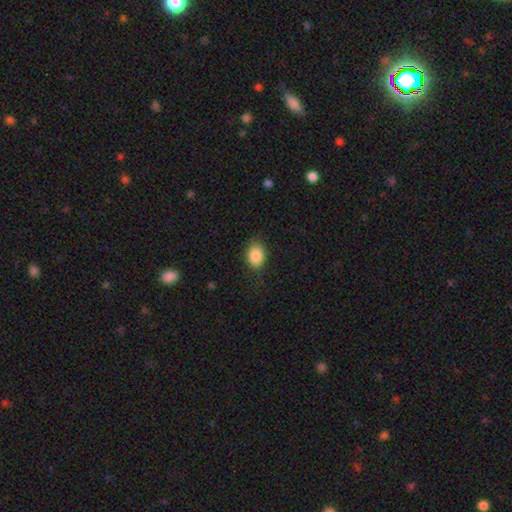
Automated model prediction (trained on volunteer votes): This appears to be a smooth galaxy with no disk features (87%) that is in between round and cigar-shaped (70%). Merging: none (81%).